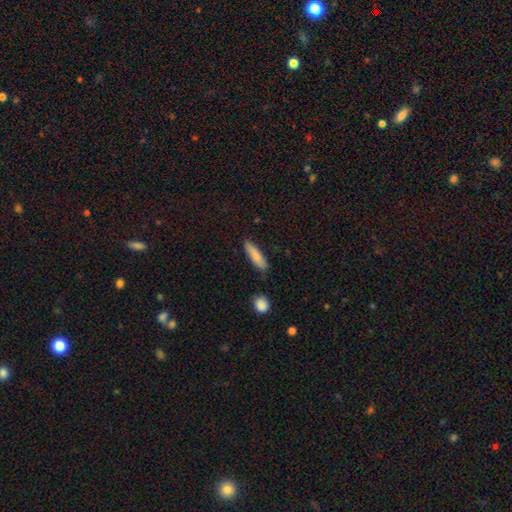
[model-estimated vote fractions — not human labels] Smooth or featured? smooth (81%)
How rounded? cigar-shaped (70%)
Merging? none (82%)